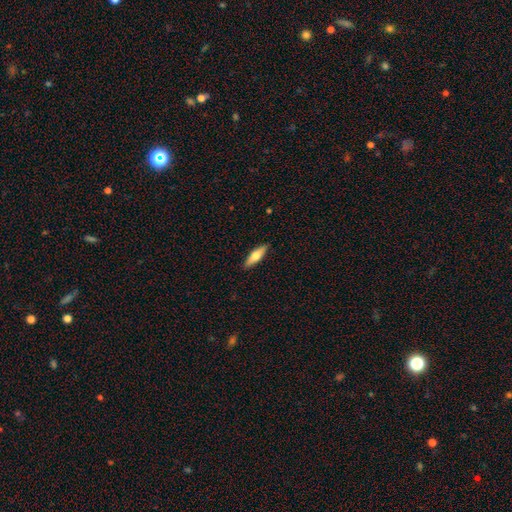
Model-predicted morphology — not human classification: This is possibly a smooth galaxy (60%). How rounded: possibly cigar-shaped (56%). Merging: clearly none (89%).